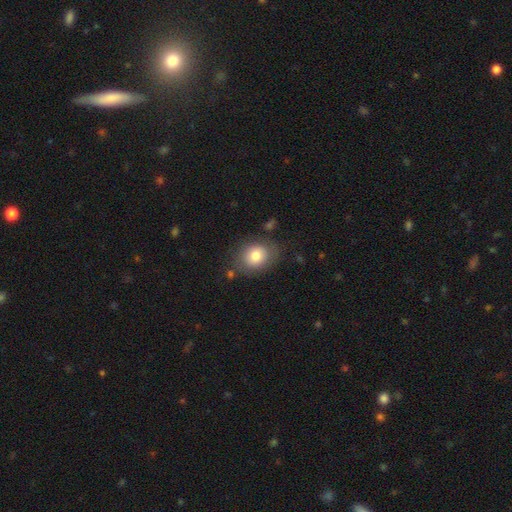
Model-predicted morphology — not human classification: Smooth or featured: smooth — 78% (featured or disk — 13%)
How rounded: in between — 52% (round — 47%)
Merging: none — 76% (minor disturbance — 15%)